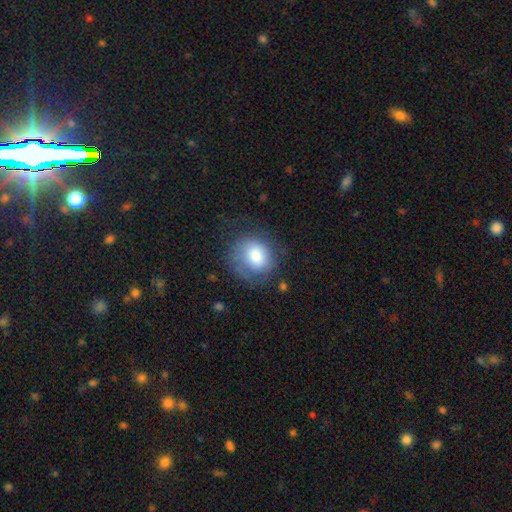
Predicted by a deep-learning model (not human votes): This appears to be a smooth galaxy with no disk features (66%) that is round (74%). Merging: none (57%).